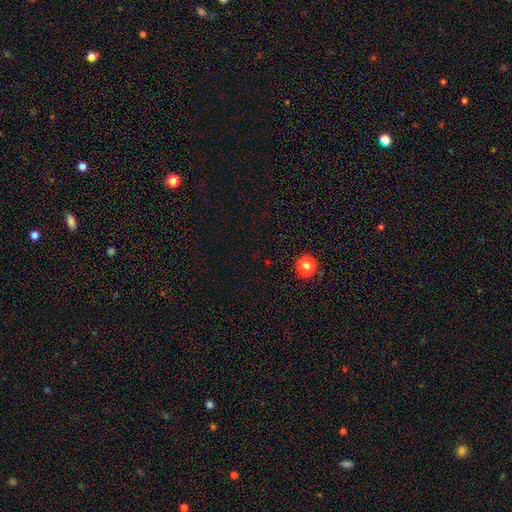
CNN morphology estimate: type=star or artifact (59%).